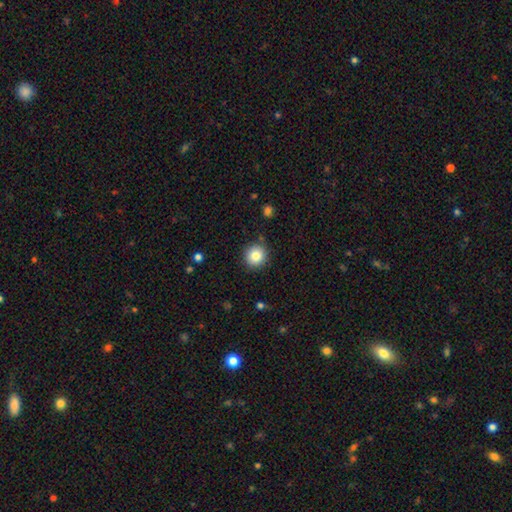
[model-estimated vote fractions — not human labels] A smooth galaxy with no disk features (83%) that is round (93%).

Vote fractions:
- Smooth or featured? smooth: 83% / star or artifact: 10% / featured or disk: 7%
- How rounded? round: 93% / in between: 6% / cigar-shaped: 1%
- Merging? none: 89% / minor disturbance: 7% / major disturbance: 2% / merger: 2%